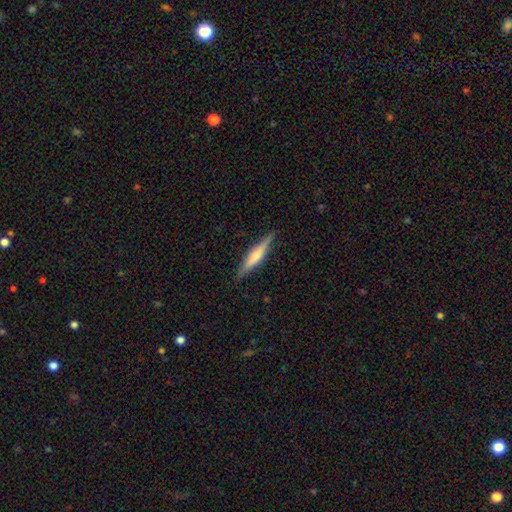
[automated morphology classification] A smooth galaxy with no disk features (48%).

Vote fractions:
- Smooth or featured? smooth: 48% / featured or disk: 47% / star or artifact: 6%
- Merging? none: 88% / minor disturbance: 9% / major disturbance: 2% / merger: 1%